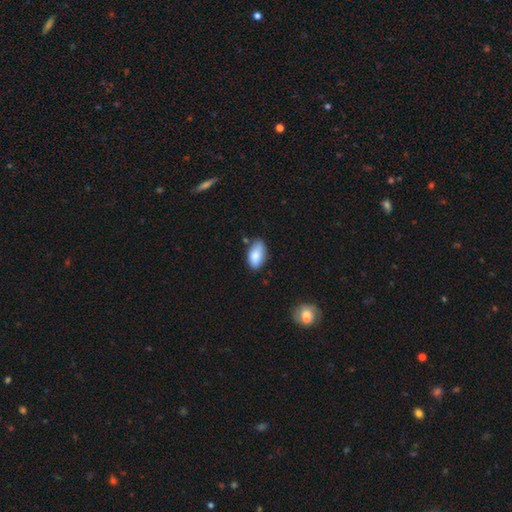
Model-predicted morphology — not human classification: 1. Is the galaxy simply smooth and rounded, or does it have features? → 84% smooth, 9% featured or disk, 7% star or artifact.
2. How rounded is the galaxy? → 94% in between, 3% round, 3% cigar-shaped.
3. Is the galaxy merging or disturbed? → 69% none, 23% minor disturbance, 4% merger, 4% major disturbance.